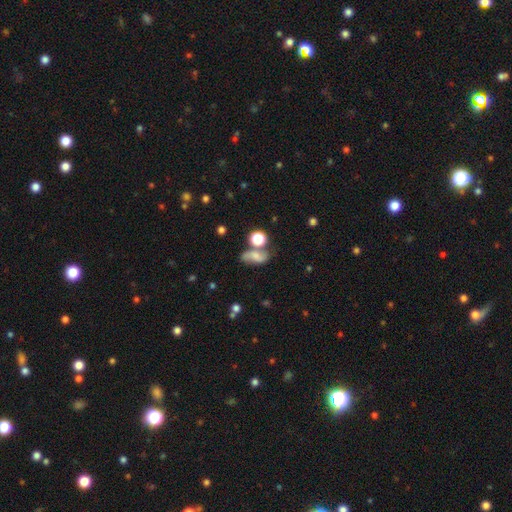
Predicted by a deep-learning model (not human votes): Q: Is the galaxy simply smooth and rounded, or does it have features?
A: smooth — 50%.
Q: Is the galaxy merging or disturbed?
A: none — 45%.